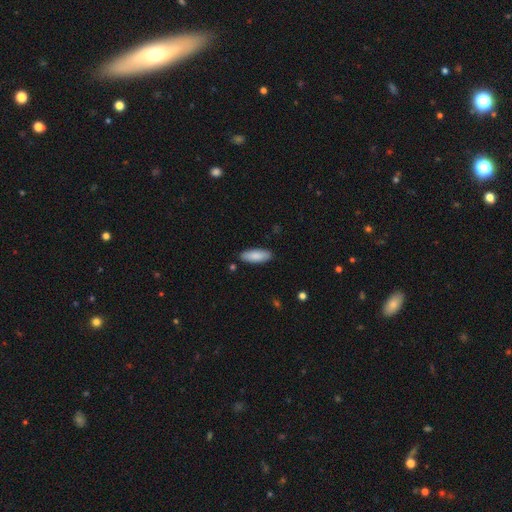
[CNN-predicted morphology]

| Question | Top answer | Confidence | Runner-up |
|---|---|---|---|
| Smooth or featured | smooth | 87% | featured or disk (8%) |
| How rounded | in between | 68% | cigar-shaped (30%) |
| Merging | none | 87% | minor disturbance (10%) |